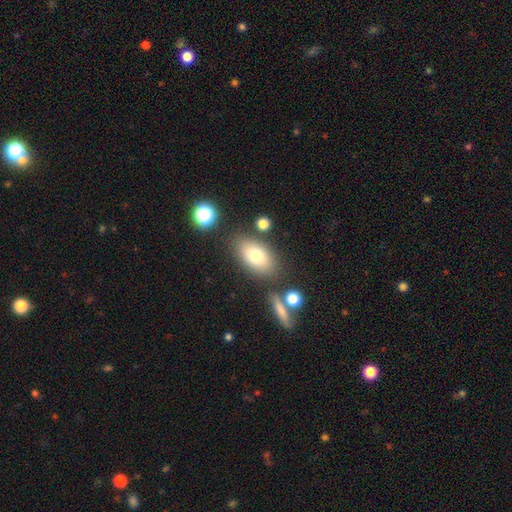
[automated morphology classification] smooth 76%, featured or disk 14%, star or artifact 9%. Down the decision tree: how rounded — in between (88%); merging — none (77%).